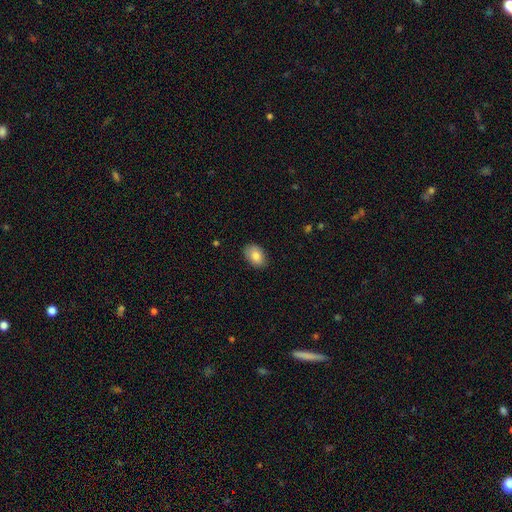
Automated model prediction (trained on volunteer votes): Smooth or featured? smooth (86%)
How rounded? in between (84%)
Merging? none (85%)